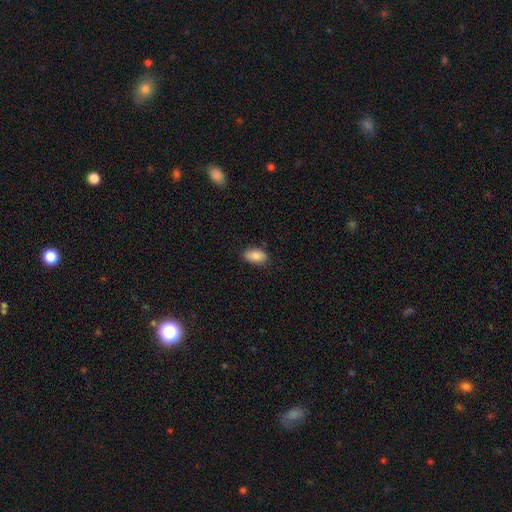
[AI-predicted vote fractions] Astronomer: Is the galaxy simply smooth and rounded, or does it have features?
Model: smooth — 86%.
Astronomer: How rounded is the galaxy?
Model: in between — 92%.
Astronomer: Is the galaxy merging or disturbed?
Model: none — 85%.